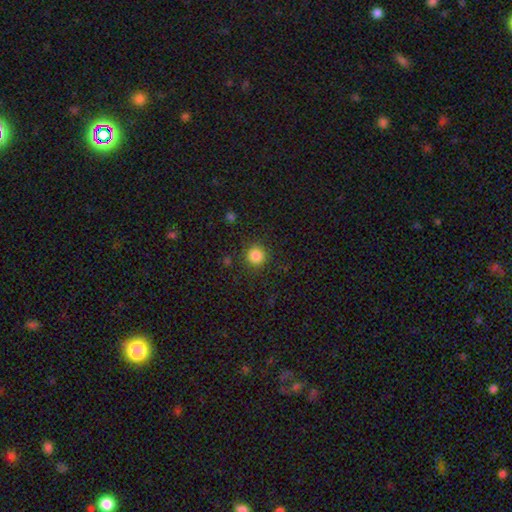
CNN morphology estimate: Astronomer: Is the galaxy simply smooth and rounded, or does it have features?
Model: smooth — 85%.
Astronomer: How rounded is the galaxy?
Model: round — 93%.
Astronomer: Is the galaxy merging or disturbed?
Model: none — 88%.